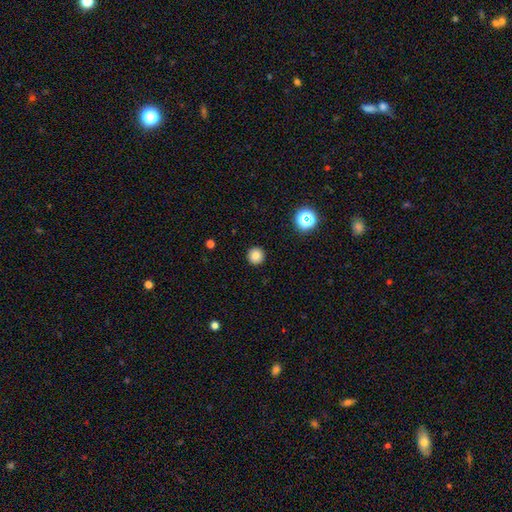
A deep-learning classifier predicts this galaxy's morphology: A smooth galaxy with no disk features (82%) that is round (96%). Merging: none (93%).